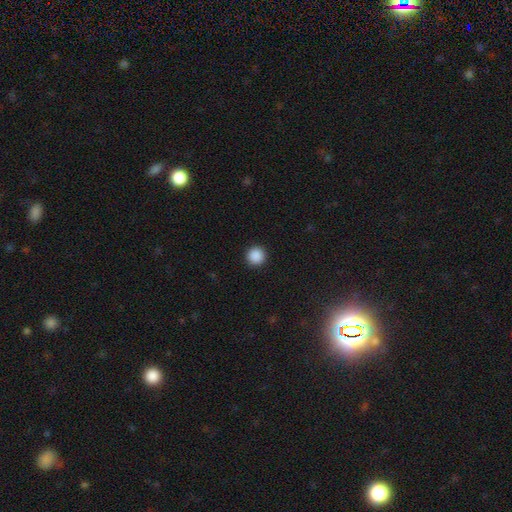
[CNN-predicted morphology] smooth-or-featured: smooth: 89% | star or artifact: 9% | featured or disk: 2%
  how-rounded: round: 96% | in between: 3% | cigar-shaped: 1%
  merging: none: 93% | minor disturbance: 4% | major disturbance: 2% | merger: 1%